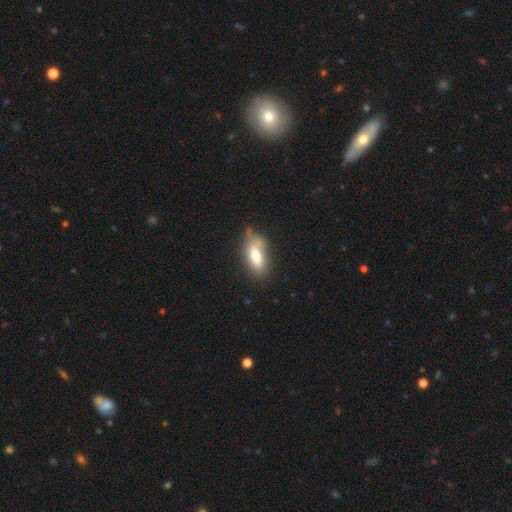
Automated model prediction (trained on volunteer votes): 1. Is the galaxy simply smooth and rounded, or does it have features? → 72% smooth, 20% featured or disk, 8% star or artifact.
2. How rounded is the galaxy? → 83% in between, 14% cigar-shaped, 3% round.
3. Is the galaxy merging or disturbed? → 53% none, 31% minor disturbance, 10% major disturbance, 6% merger.